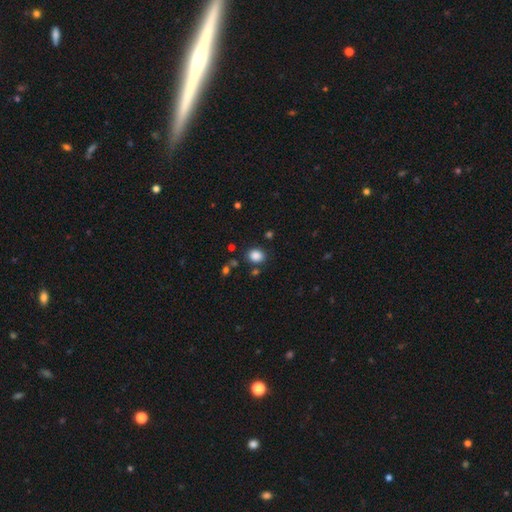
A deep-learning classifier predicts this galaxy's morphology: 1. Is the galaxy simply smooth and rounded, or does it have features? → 86% smooth, 11% star or artifact, 4% featured or disk.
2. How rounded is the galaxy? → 54% round, 45% in between, 1% cigar-shaped.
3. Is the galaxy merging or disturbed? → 83% none, 10% minor disturbance, 4% merger, 3% major disturbance.